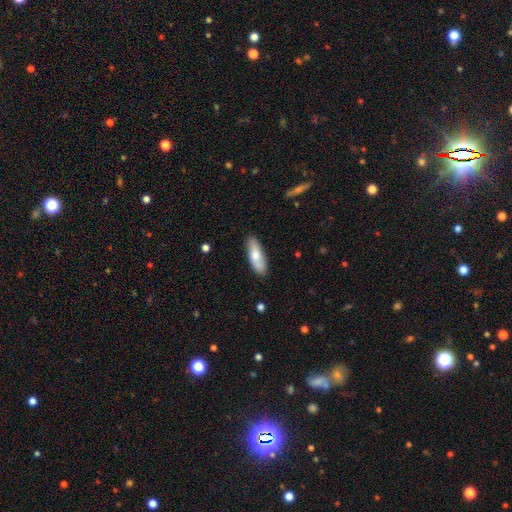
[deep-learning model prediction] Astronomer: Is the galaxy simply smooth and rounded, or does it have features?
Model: smooth — 71%.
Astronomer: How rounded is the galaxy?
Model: in between — 60% (runner-up: cigar-shaped, 38%).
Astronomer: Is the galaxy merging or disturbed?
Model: none — 87%.